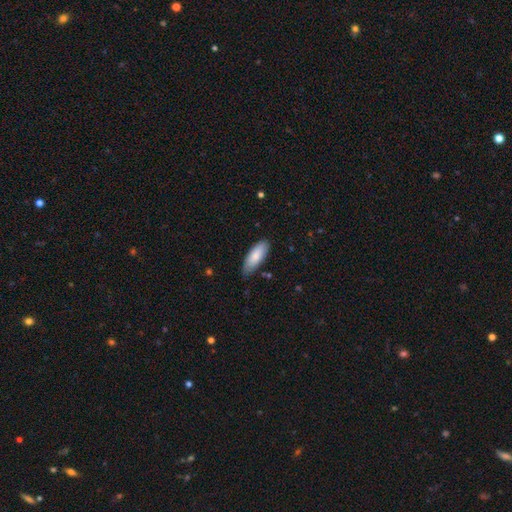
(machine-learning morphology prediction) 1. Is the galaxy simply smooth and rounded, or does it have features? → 84% smooth, 11% featured or disk, 6% star or artifact.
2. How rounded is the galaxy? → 73% in between, 26% cigar-shaped, 1% round.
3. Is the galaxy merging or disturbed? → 78% none, 18% minor disturbance, 3% major disturbance, 1% merger.